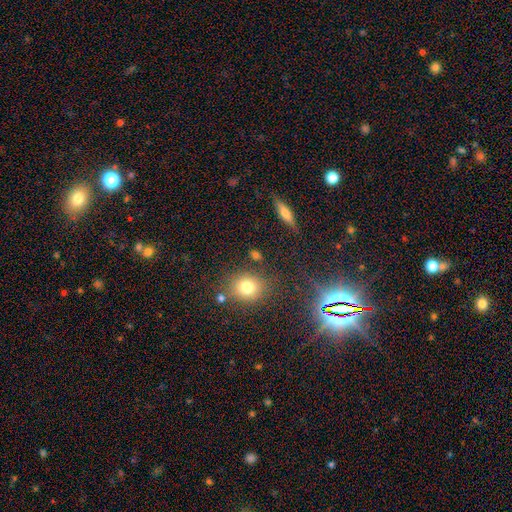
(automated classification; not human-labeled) This is likely a smooth galaxy (67%). How rounded: likely round (63%). Merging: clearly none (81%).